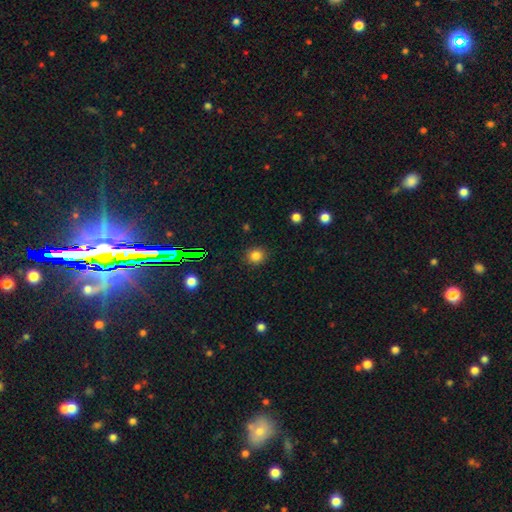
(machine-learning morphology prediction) type=smooth (82%); roundness=round (88%); merging=none (89%).